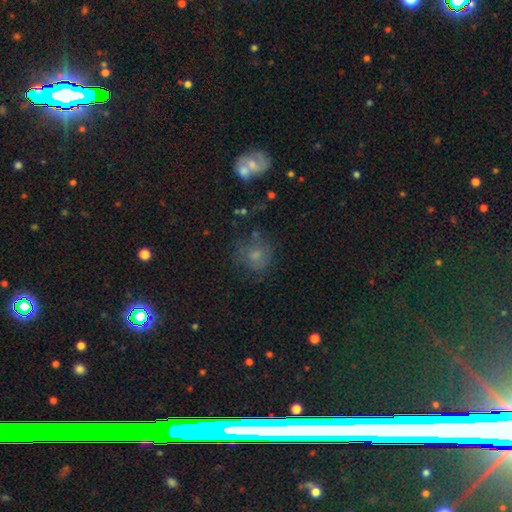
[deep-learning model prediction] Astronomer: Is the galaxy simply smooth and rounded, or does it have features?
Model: smooth — 62%.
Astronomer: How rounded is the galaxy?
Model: round — 80%.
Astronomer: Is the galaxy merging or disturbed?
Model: none — 59%.